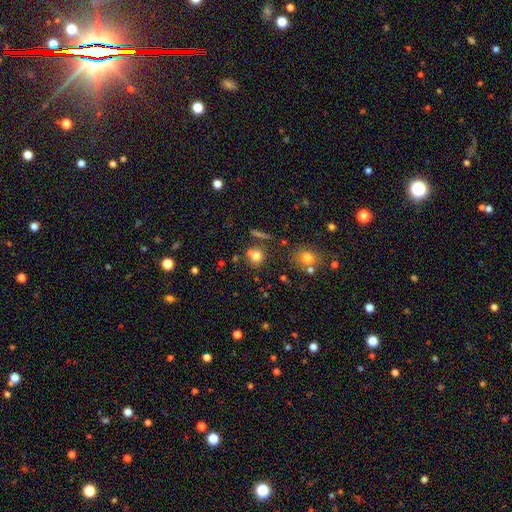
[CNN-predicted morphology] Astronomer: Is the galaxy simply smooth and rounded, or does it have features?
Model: smooth — 74%.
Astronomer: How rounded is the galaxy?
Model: round — 84%.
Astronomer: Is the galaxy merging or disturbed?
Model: none — 64%.